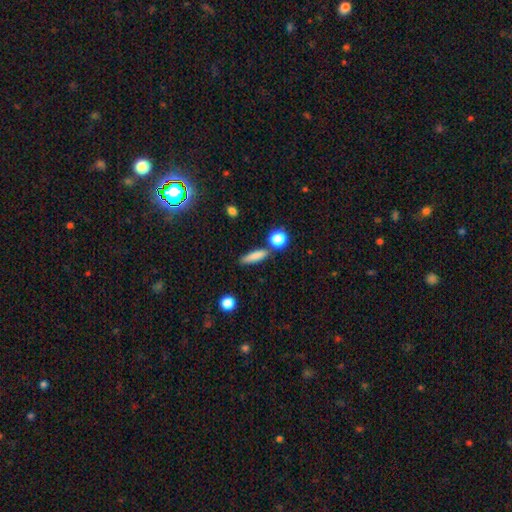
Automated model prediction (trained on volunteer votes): The model was most divided on "how rounded": cigar-shaped: 71%, in between: 24%, round: 6%. More confident: smooth or featured — smooth (81%); merging — none (78%).